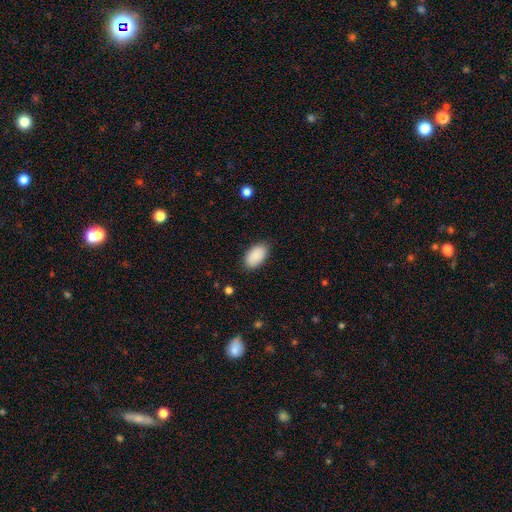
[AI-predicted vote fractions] This is clearly a smooth galaxy (90%). How rounded: clearly in between (95%). Merging: clearly none (85%).